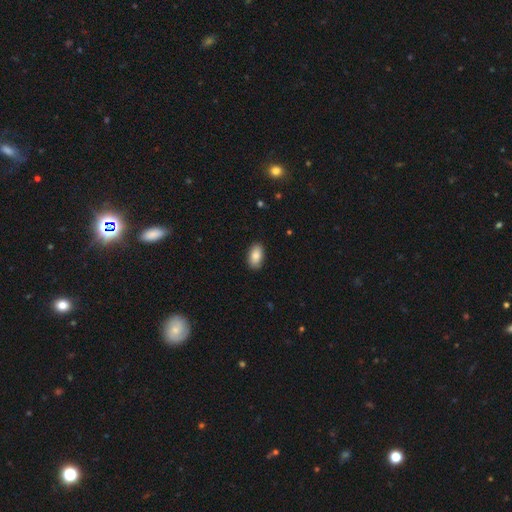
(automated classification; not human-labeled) This appears to be a smooth galaxy with no disk features (84%) that is in between round and cigar-shaped (93%). Merging: none (87%).